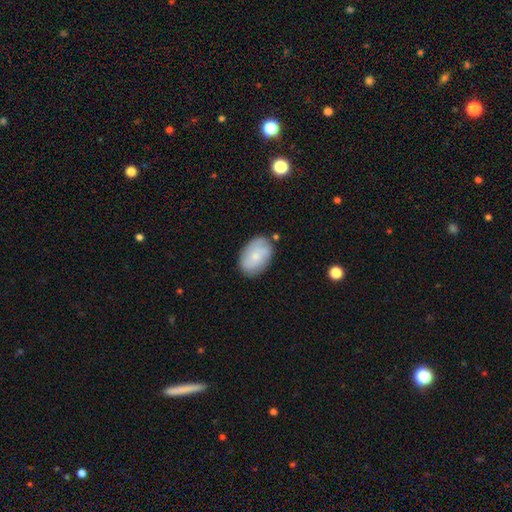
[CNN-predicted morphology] smooth_or_featured: smooth (p=0.66) [alt: featured or disk p=0.27]
how_rounded: in between (p=0.87) [alt: round p=0.12]
merging: none (p=0.77) [alt: minor disturbance p=0.16]